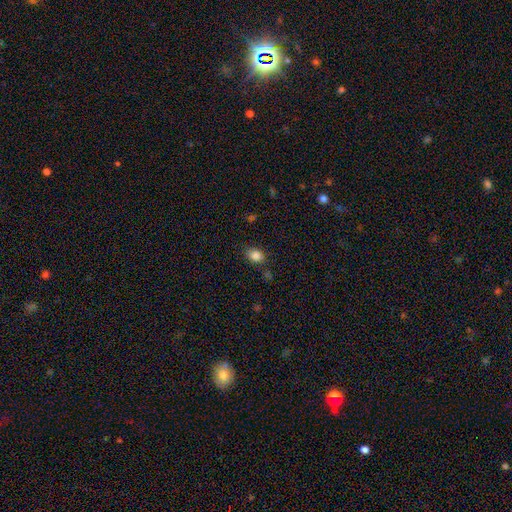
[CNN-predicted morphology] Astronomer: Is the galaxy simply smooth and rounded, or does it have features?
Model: smooth — 85%.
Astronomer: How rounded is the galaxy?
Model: in between — 62%.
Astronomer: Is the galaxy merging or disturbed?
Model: none — 77%.